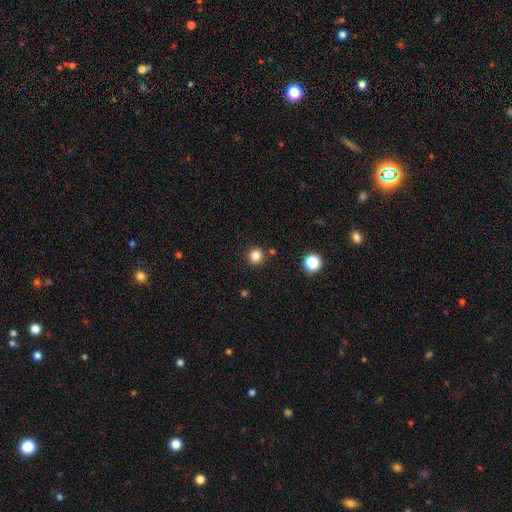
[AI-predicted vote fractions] This appears to be a smooth galaxy with no disk features (83%) that is round (92%). Merging: none (88%).